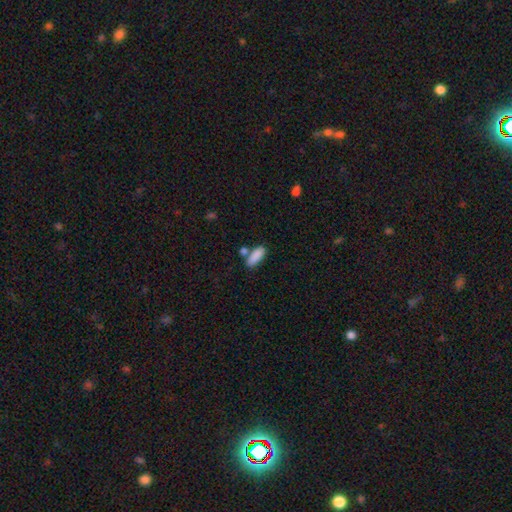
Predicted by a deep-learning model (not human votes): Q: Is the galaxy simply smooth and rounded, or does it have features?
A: smooth — 88%.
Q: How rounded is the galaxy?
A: in between — 73%.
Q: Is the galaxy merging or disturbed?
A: none — 64%.